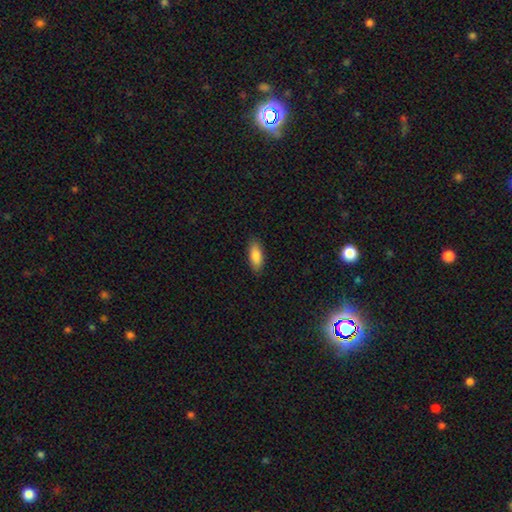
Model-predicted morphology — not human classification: Q: Smooth or featured?
A: smooth (84%); runner-up: featured or disk (10%)
Q: How rounded?
A: in between (77%); runner-up: cigar-shaped (21%)
Q: Merging?
A: none (88%); runner-up: minor disturbance (9%)